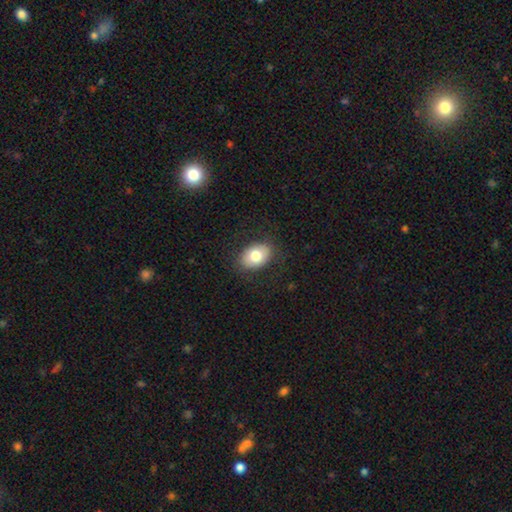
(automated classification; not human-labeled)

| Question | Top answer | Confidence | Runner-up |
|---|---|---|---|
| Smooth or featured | smooth | 79% | featured or disk (14%) |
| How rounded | in between | 80% | round (19%) |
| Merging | none | 85% | minor disturbance (11%) |